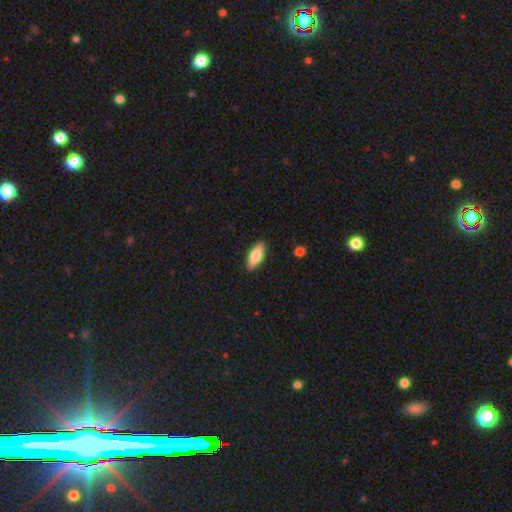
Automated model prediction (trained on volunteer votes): The model was most divided on "how rounded": in between: 68%, cigar-shaped: 30%, round: 2%. More confident: merging — none (89%); smooth or featured — smooth (71%).